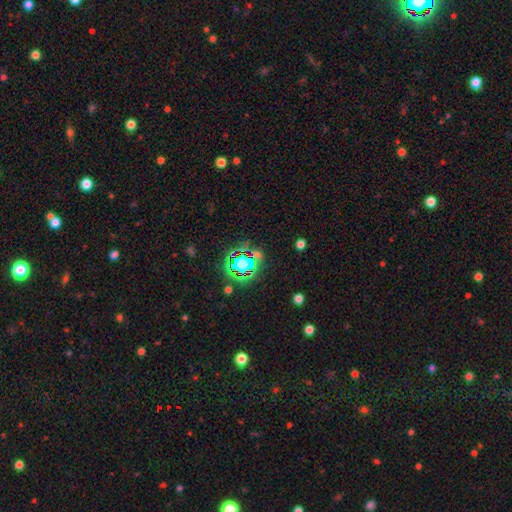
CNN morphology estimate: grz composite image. It shows a star or artifact, not a galaxy (75%).